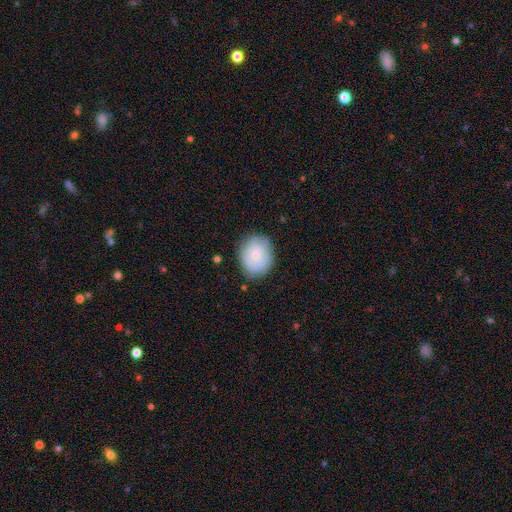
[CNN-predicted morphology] smooth_or_featured: smooth (p=0.61) [alt: featured or disk p=0.31]
how_rounded: round (p=0.60) [alt: in between p=0.39]
merging: none (p=0.74) [alt: minor disturbance p=0.19]